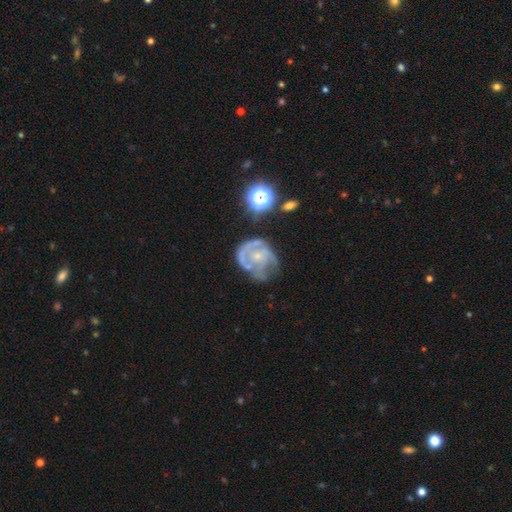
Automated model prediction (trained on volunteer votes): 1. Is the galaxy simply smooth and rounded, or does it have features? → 75% featured or disk, 16% smooth, 9% star or artifact.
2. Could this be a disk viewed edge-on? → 98% no, 2% yes.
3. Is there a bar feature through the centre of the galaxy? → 77% no, 19% weak, 4% strong.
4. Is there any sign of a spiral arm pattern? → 74% yes, 26% no.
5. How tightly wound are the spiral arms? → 47% tight, 38% medium, 15% loose.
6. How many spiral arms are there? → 37% can't tell, 27% 2, 19% 3, 9% 1, 5% 4, 3% more than 4.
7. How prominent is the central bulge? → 67% small, 21% moderate, 9% none, 1% large, 1% dominant.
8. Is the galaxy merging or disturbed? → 43% none, 27% minor disturbance, 25% major disturbance, 5% merger.